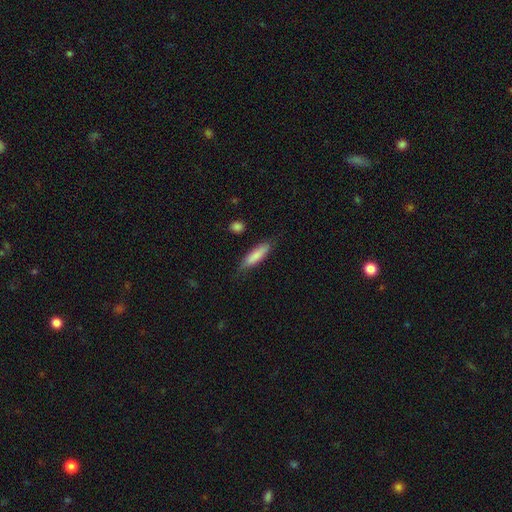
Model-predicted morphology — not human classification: Smooth or featured?
  - smooth: 82% *
  - featured or disk: 13%
  - star or artifact: 6%
How rounded?
  - cigar-shaped: 66% *
  - in between: 33%
  - round: 2%
Merging?
  - none: 76% *
  - minor disturbance: 18%
  - major disturbance: 4%
  - merger: 2%